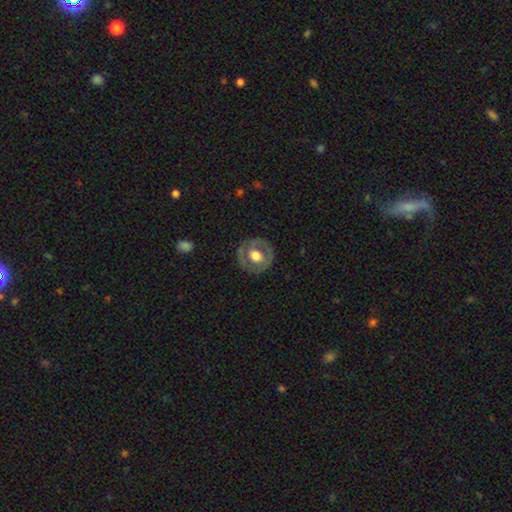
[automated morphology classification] Smooth or featured?
  - featured or disk: 53% *
  - smooth: 41%
  - star or artifact: 6%
Edge-on disk?
  - no: 95% *
  - yes: 5%
Bar?
  - no: 79% *
  - weak: 17%
  - strong: 5%
Spiral arms?
  - no: 80% *
  - yes: 20%
Bulge size?
  - large: 48% *
  - moderate: 44%
  - dominant: 3%
  - small: 3%
  - none: 1%
Merging?
  - none: 80% *
  - minor disturbance: 13%
  - major disturbance: 5%
  - merger: 1%